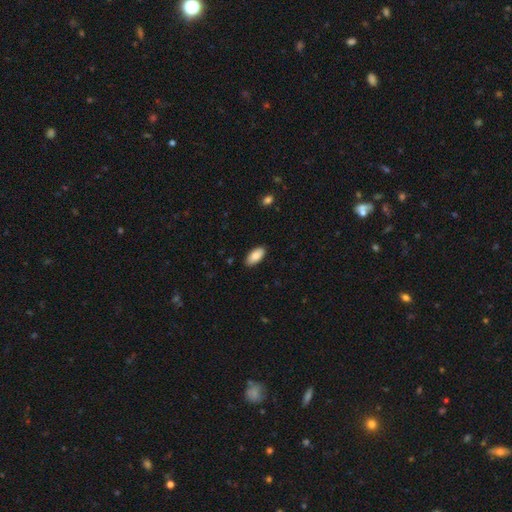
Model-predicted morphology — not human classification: smooth_or_featured: smooth (p=0.85) [alt: featured or disk p=0.08]
how_rounded: in between (p=0.91) [alt: cigar-shaped p=0.07]
merging: none (p=0.89) [alt: minor disturbance p=0.09]